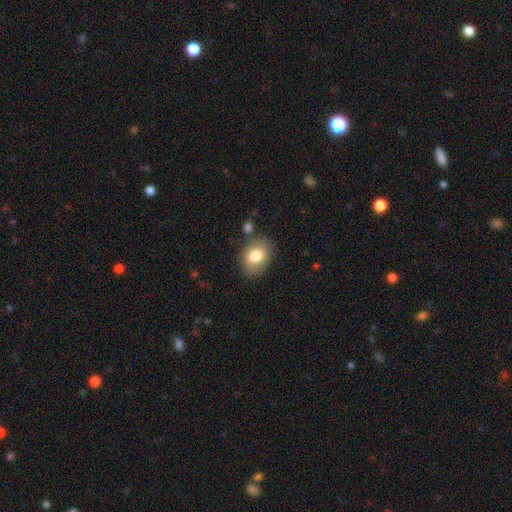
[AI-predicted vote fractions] A smooth galaxy with no disk features (79%) that is in between round and cigar-shaped (66%). Merging: none (77%).